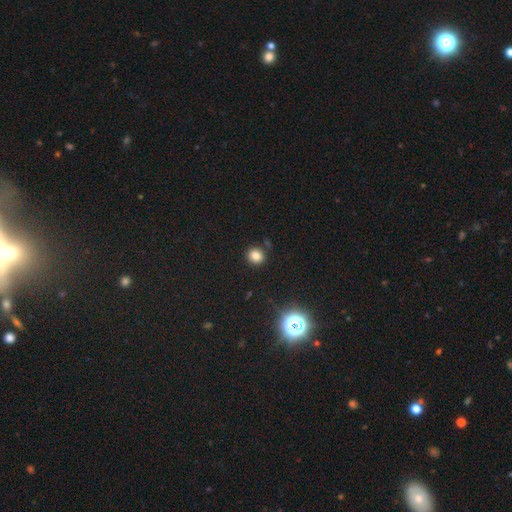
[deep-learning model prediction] Q: Smooth or featured?
A: smooth (80%); runner-up: star or artifact (15%)
Q: How rounded?
A: round (83%); runner-up: in between (16%)
Q: Merging?
A: none (86%); runner-up: minor disturbance (8%)